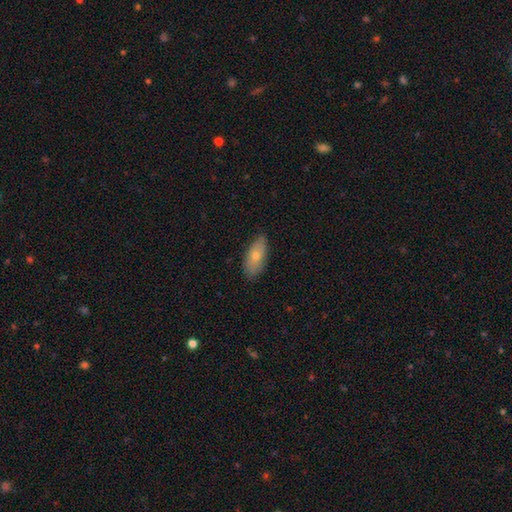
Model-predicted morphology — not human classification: Smooth or featured? smooth (73%)
How rounded? in between (85%)
Merging? none (80%)